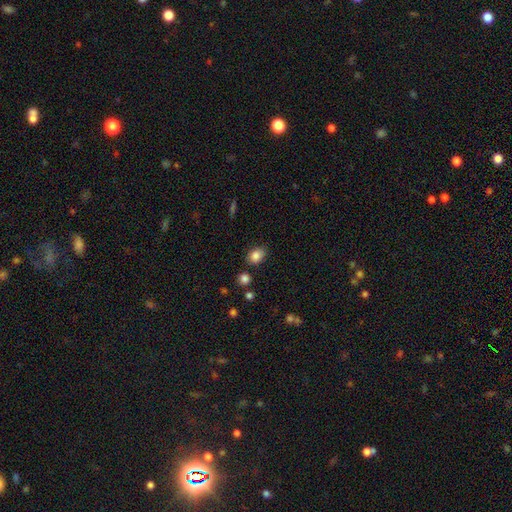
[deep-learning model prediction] Smooth or featured? Predicted: smooth (p=0.84). How rounded? Predicted: in between (p=0.69). Merging? Predicted: none (p=0.78).